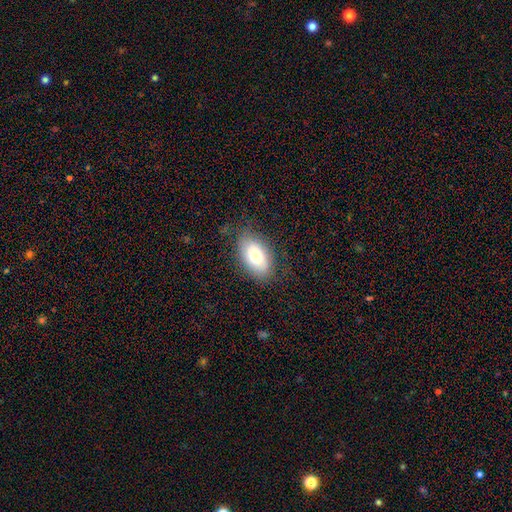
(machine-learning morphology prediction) Overall: smooth (74%). How rounded: in between (93%). Merging: none (78%).